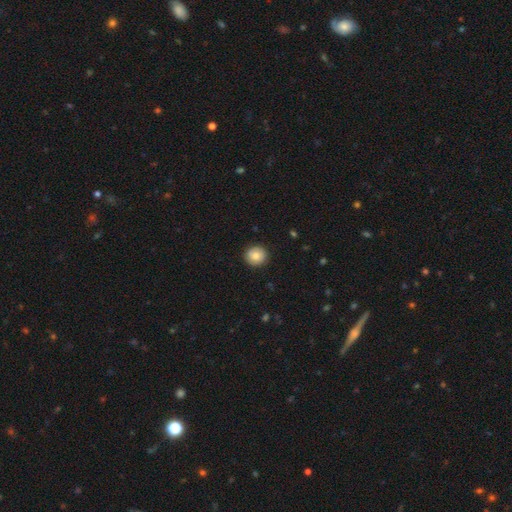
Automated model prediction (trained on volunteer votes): smooth-or-featured: smooth: 85% | star or artifact: 8% | featured or disk: 7%
  how-rounded: round: 90% | in between: 9% | cigar-shaped: 1%
  merging: none: 91% | minor disturbance: 6% | major disturbance: 2% | merger: 1%